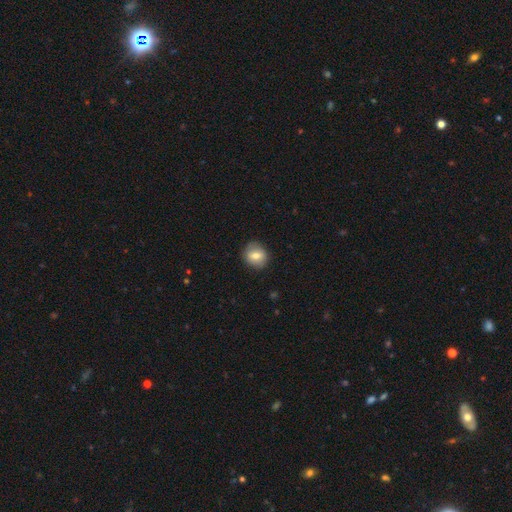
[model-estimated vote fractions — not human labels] Smooth or featured? smooth (71%)
How rounded? round (73%)
Merging? none (85%)